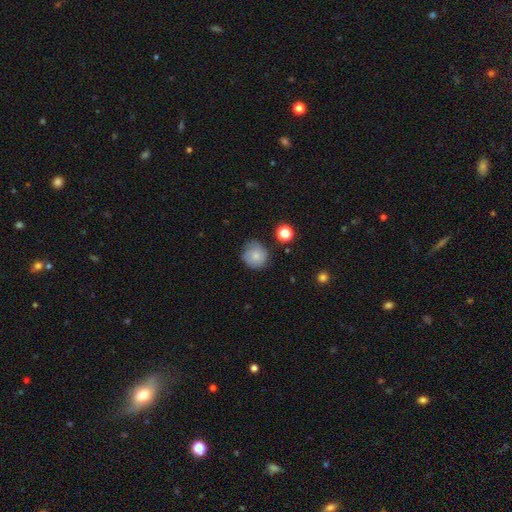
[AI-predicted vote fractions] smooth 75%, featured or disk 16%, star or artifact 9%. Down the decision tree: how rounded — round (88%); merging — none (69%).